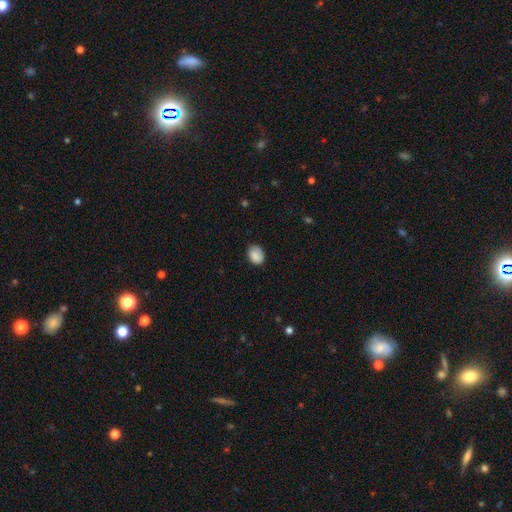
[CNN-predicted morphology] A smooth galaxy with no disk features (85%) that is in between round and cigar-shaped (62%).

Vote fractions:
- Smooth or featured? smooth: 85% / star or artifact: 8% / featured or disk: 7%
- How rounded? in between: 62% / round: 37% / cigar-shaped: 1%
- Merging? none: 74% / minor disturbance: 21% / major disturbance: 4% / merger: 1%